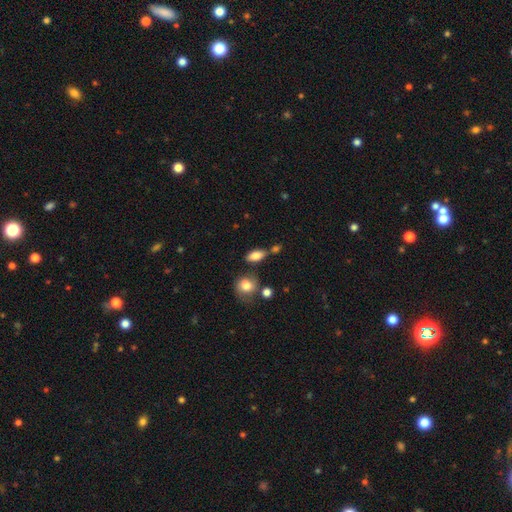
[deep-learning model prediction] smooth_or_featured: smooth (p=0.82) [alt: featured or disk p=0.10]
how_rounded: in between (p=0.84) [alt: cigar-shaped p=0.09]
merging: none (p=0.65) [alt: minor disturbance p=0.17]